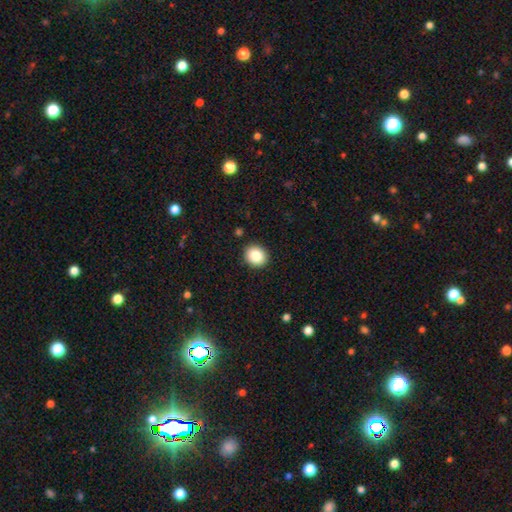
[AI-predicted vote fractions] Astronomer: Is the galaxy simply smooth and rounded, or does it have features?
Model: smooth — 85%.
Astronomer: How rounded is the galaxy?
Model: round — 72%.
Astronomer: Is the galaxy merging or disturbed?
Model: none — 91%.